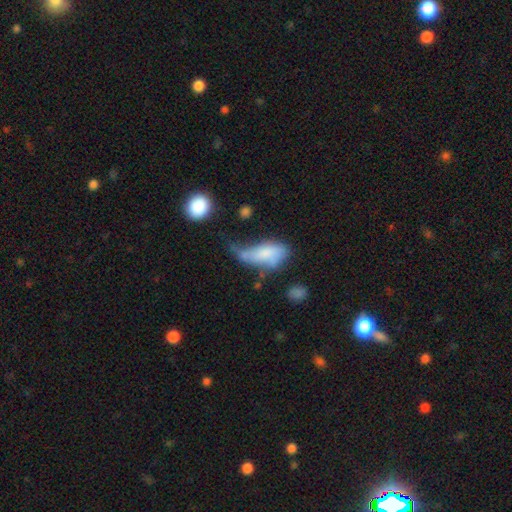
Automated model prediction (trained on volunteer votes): The model was most divided on "merging": major disturbance: 32%, minor disturbance: 30%, none: 22%, merger: 15%. More confident: how rounded — in between (85%); smooth or featured — smooth (69%).